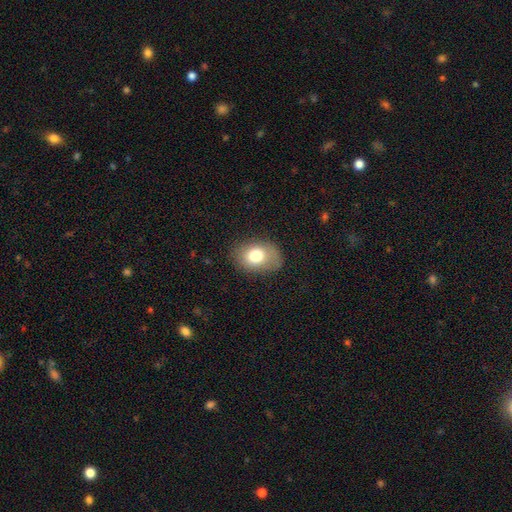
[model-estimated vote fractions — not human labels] Overall: smooth (77%). How rounded: in between (74%). Merging: none (76%).